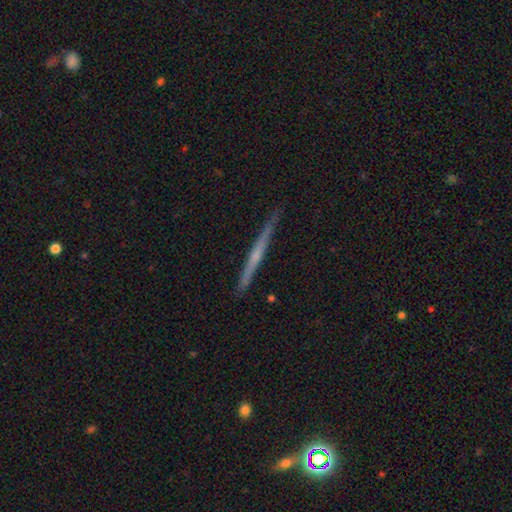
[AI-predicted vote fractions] A featured or disk galaxy (67%) viewed edge-on (98%) with no central bulge (54%).

Vote fractions:
- Smooth or featured? featured or disk: 67% / smooth: 27% / star or artifact: 6%
- Edge-on disk? yes: 98% / no: 2%
- Edge-on bulge? none: 54% / rounded: 38% / boxy: 7%
- Merging? none: 90% / minor disturbance: 8% / major disturbance: 1% / merger: 1%